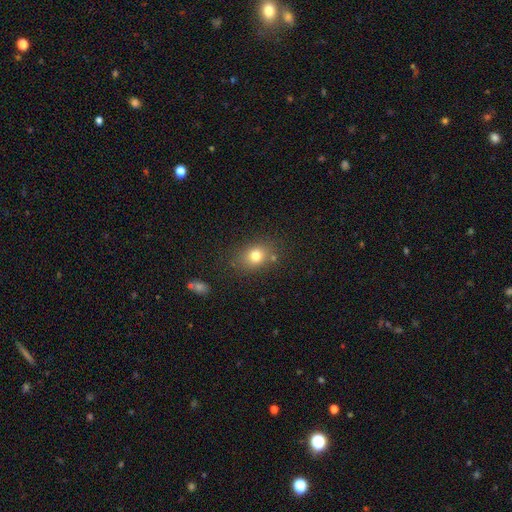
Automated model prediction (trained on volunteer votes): Smooth or featured? smooth (77%)
How rounded? in between (53%)
Merging? none (74%)